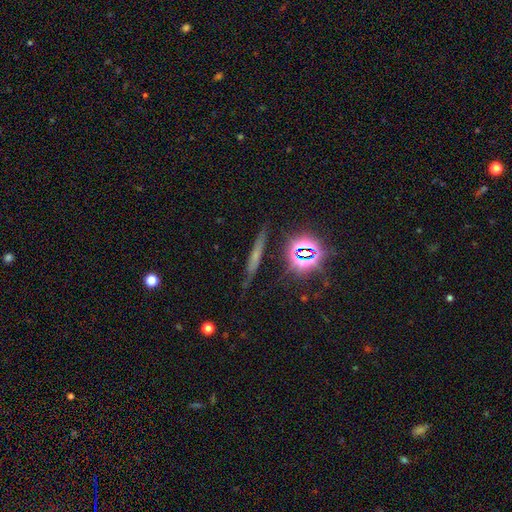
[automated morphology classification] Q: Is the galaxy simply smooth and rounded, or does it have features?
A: smooth — 39%.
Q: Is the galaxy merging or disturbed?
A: none — 80%.